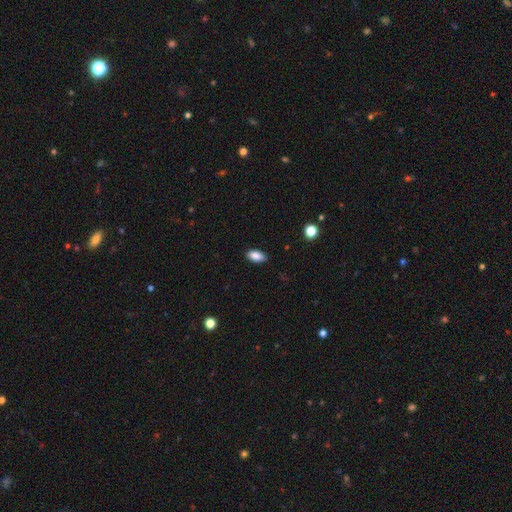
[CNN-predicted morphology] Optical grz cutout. It shows a smooth galaxy with no disk features (87%) that is in between round and cigar-shaped (91%). Merging: none (86%).